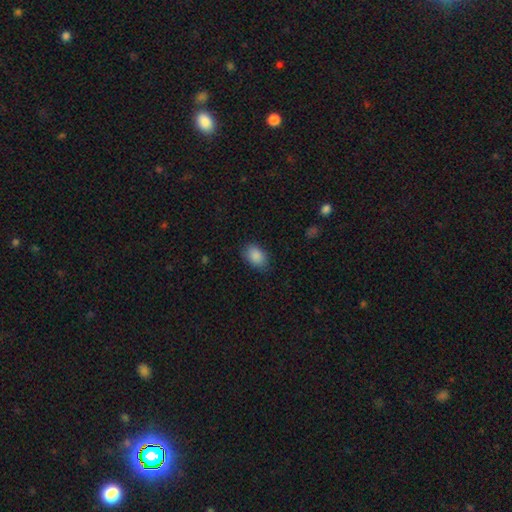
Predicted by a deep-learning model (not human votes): A smooth galaxy with no disk features (89%) that is in between round and cigar-shaped (85%).

Vote fractions:
- Smooth or featured? smooth: 89% / star or artifact: 7% / featured or disk: 4%
- How rounded? in between: 85% / round: 14% / cigar-shaped: 1%
- Merging? none: 83% / minor disturbance: 13% / major disturbance: 3% / merger: 1%